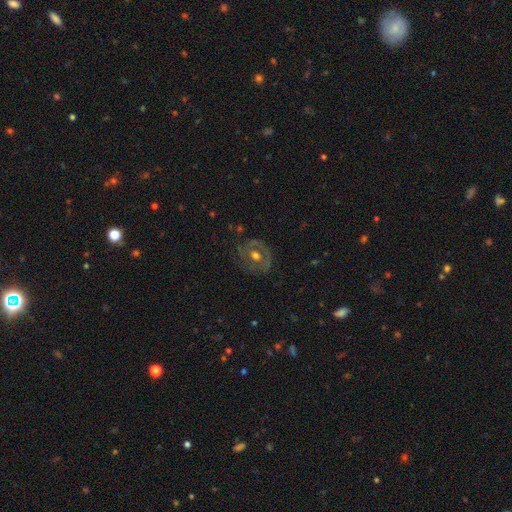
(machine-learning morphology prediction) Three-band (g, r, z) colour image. It shows a featured or disk galaxy (66%) with no bar (67%), spiral arms (51%) and a moderate central bulge (74%). Merging: none (70%).